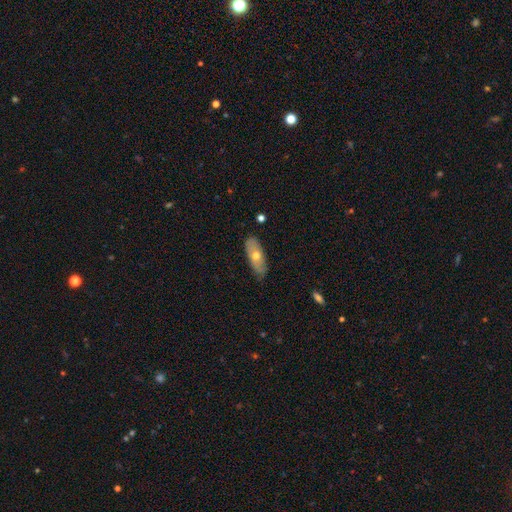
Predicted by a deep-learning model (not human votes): Smooth or featured? Predicted: smooth (p=0.55). How rounded? Predicted: in between (p=0.72). Merging? Predicted: none (p=0.77).